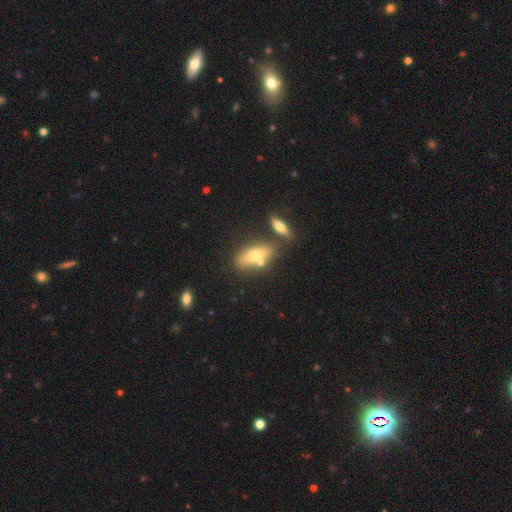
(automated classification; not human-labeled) Smooth or featured?
  - smooth: 57% *
  - featured or disk: 32%
  - star or artifact: 11%
How rounded?
  - in between: 70% *
  - cigar-shaped: 24%
  - round: 6%
Merging?
  - none: 57% *
  - merger: 26%
  - minor disturbance: 12%
  - major disturbance: 5%